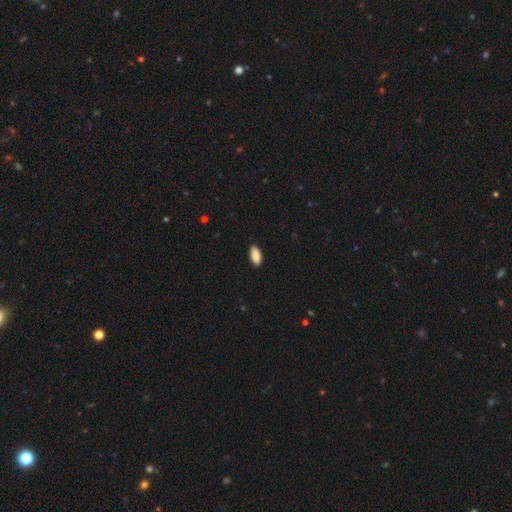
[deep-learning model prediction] smooth-or-featured: smooth: 90% | star or artifact: 6% | featured or disk: 4%
  how-rounded: in between: 91% | cigar-shaped: 7% | round: 2%
  merging: none: 88% | minor disturbance: 9% | major disturbance: 2% | merger: 1%